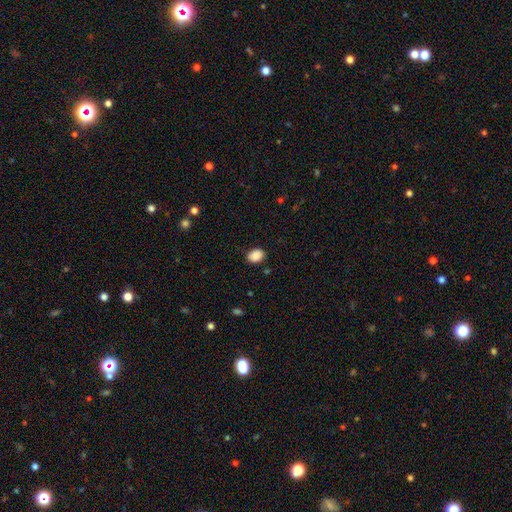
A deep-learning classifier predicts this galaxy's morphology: Smooth or featured? smooth (89%)
How rounded? in between (71%)
Merging? none (84%)